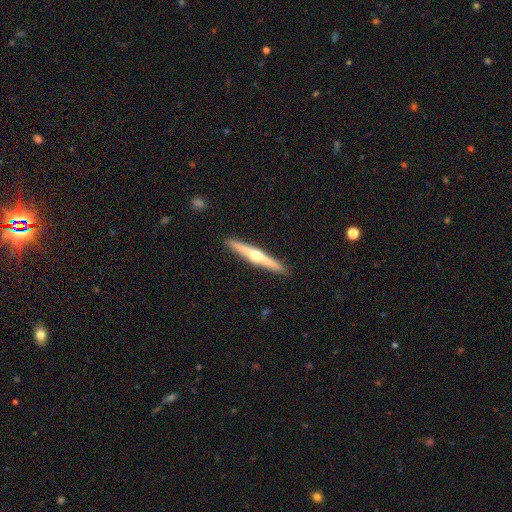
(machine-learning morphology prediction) Q: Smooth or featured?
A: featured or disk (74%); runner-up: smooth (21%)
Q: Edge-on disk?
A: yes (98%); runner-up: no (2%)
Q: Edge-on bulge?
A: rounded (93%); runner-up: none (5%)
Q: Merging?
A: none (92%); runner-up: minor disturbance (6%)